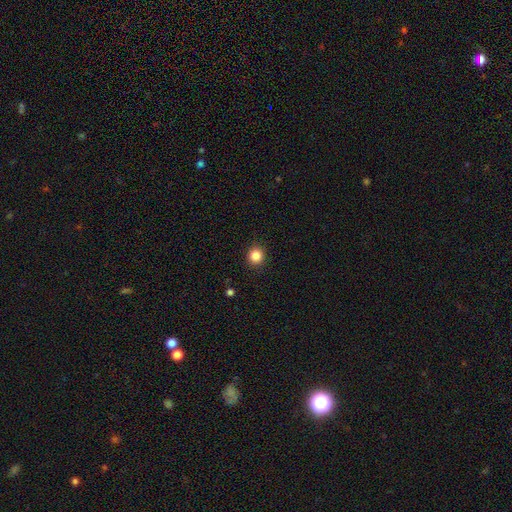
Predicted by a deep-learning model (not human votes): smooth_or_featured: smooth (p=0.85) [alt: star or artifact p=0.11]
how_rounded: round (p=0.89) [alt: in between p=0.10]
merging: none (p=0.91) [alt: minor disturbance p=0.06]